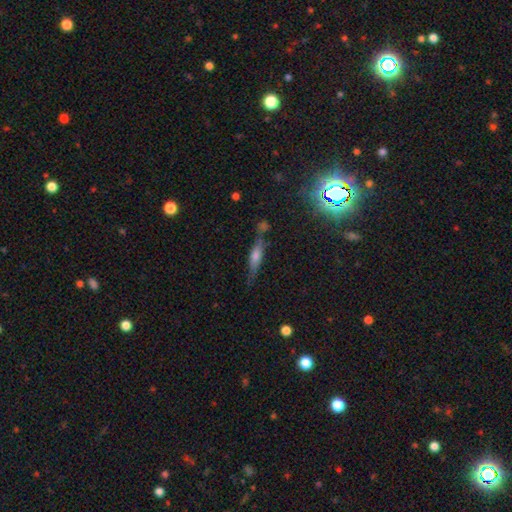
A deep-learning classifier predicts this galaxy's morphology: Overall: featured or disk (49%; smooth 38%). Merging: none (69%).